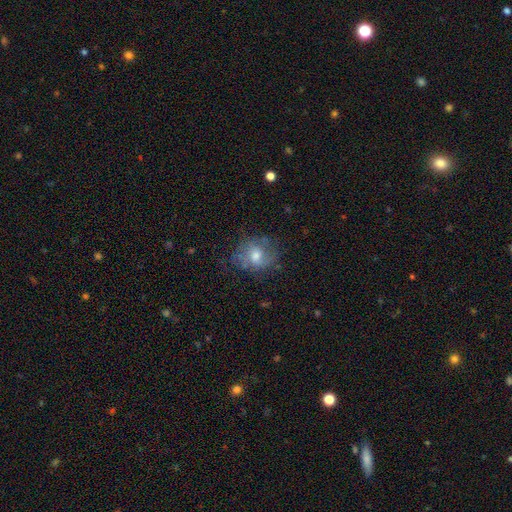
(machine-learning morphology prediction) Q: Smooth or featured?
A: smooth (51%); runner-up: featured or disk (38%)
Q: How rounded?
A: round (63%); runner-up: in between (36%)
Q: Merging?
A: none (59%); runner-up: minor disturbance (25%)